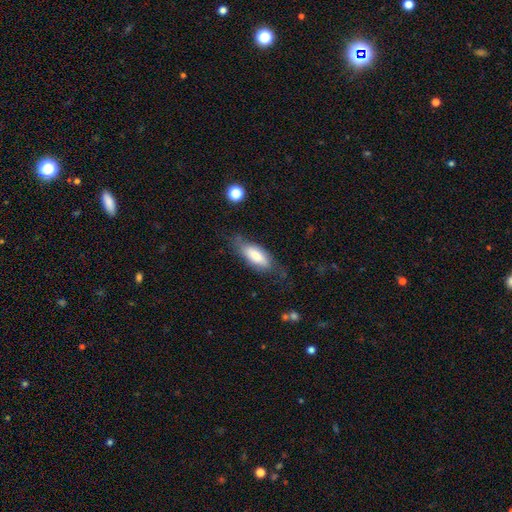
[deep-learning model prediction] smooth 72%, featured or disk 21%, star or artifact 7%. Down the decision tree: how rounded — in between (76%); merging — none (59%).